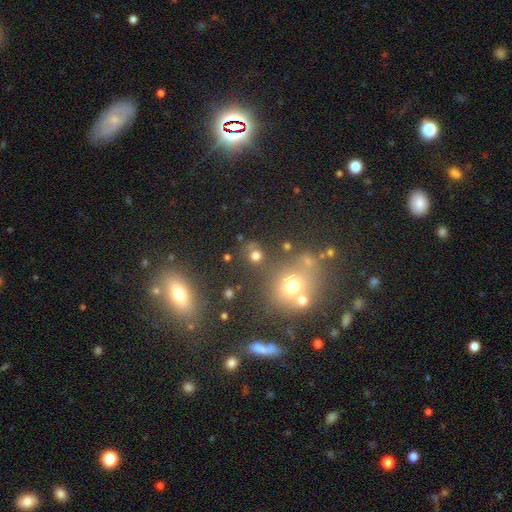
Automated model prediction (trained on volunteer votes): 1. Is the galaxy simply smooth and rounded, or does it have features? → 71% smooth, 21% star or artifact, 8% featured or disk.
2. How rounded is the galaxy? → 85% round, 13% in between, 1% cigar-shaped.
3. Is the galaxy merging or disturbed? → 70% none, 15% merger, 10% minor disturbance, 6% major disturbance.